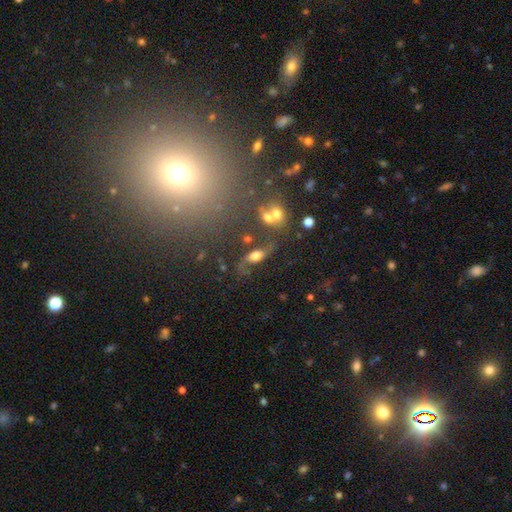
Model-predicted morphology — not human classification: This appears to be a featured or disk galaxy (58%). Merging: none (54%).